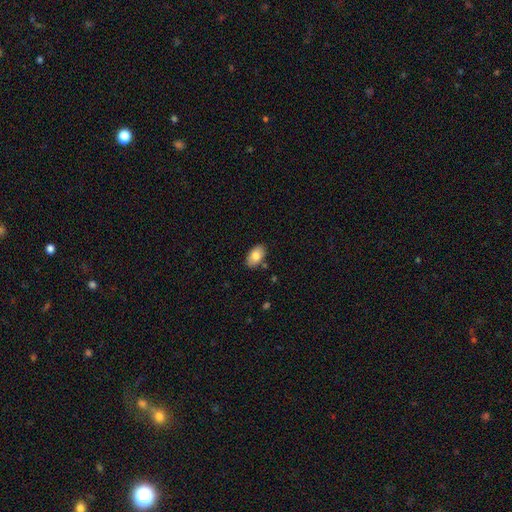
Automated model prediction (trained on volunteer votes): The model was most divided on "smooth or featured": smooth: 82%, featured or disk: 11%, star or artifact: 7%. More confident: how rounded — in between (94%); merging — none (84%).